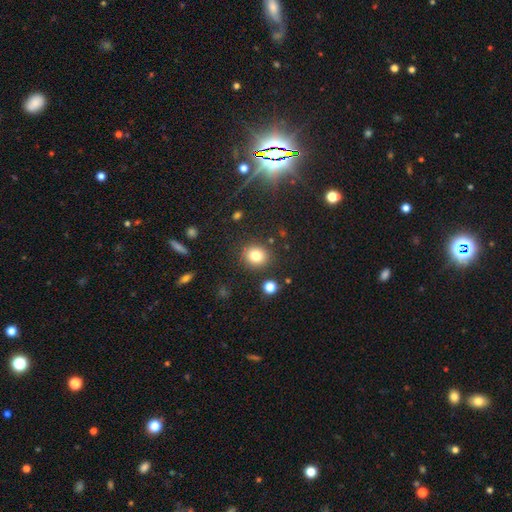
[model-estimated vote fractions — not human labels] Smooth or featured? Predicted: smooth (p=0.80). How rounded? Predicted: round (p=0.84). Merging? Predicted: none (p=0.86).